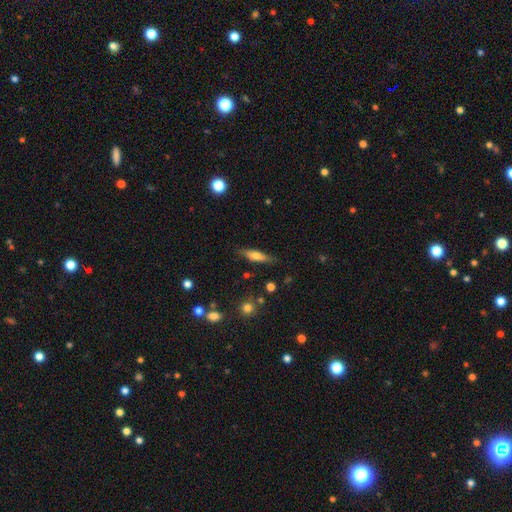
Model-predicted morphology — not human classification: A smooth galaxy with no disk features (58%) that is cigar-shaped (66%).

Vote fractions:
- Smooth or featured? smooth: 58% / featured or disk: 35% / star or artifact: 7%
- How rounded? cigar-shaped: 66% / in between: 31% / round: 3%
- Merging? none: 82% / minor disturbance: 13% / major disturbance: 3% / merger: 2%